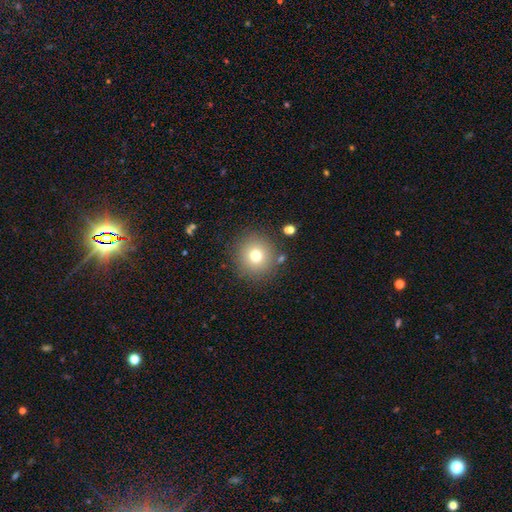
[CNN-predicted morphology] smooth_or_featured: smooth (p=0.75) [alt: star or artifact p=0.14]
how_rounded: round (p=0.92) [alt: in between p=0.07]
merging: none (p=0.86) [alt: minor disturbance p=0.08]